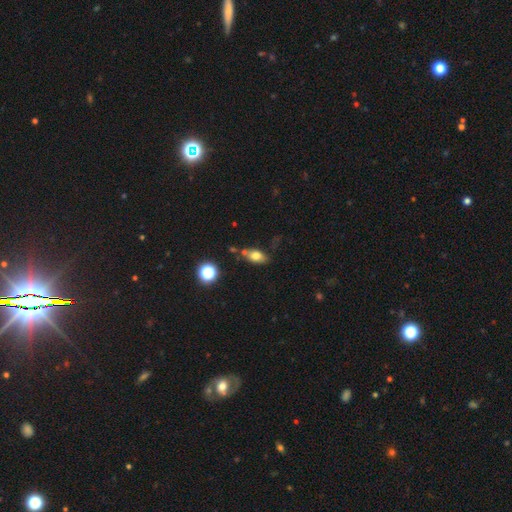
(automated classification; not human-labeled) A smooth galaxy with no disk features (72%) that is in between round and cigar-shaped (80%). Merging: none (64%).